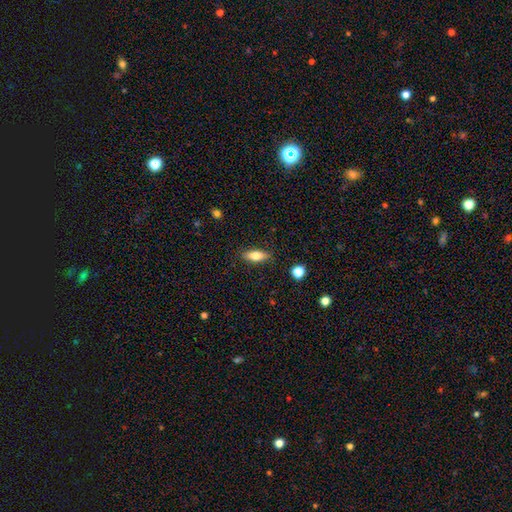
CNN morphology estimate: This appears to be a smooth galaxy with no disk features (71%) that is in between round and cigar-shaped (67%). Merging: none (86%).